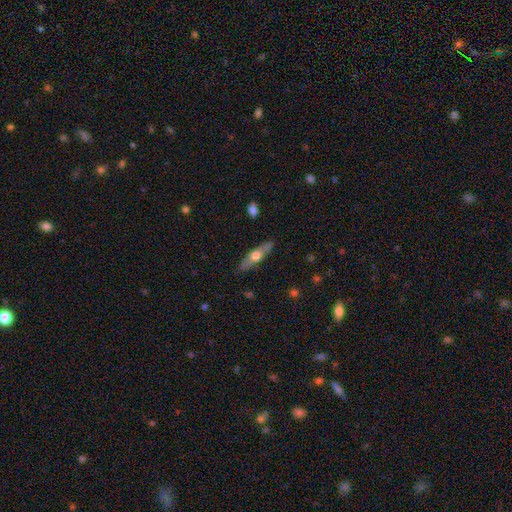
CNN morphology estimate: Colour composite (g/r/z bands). It shows a featured or disk galaxy (51%) viewed edge-on (84%). Merging: none (85%).